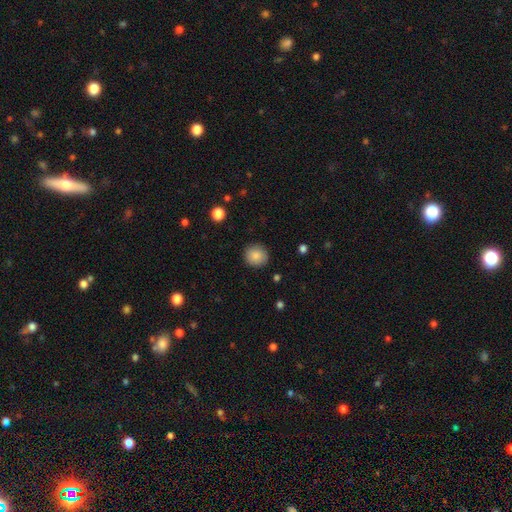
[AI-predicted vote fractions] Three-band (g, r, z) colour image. It shows a smooth galaxy with no disk features (85%) that is round (89%). Merging: none (90%).